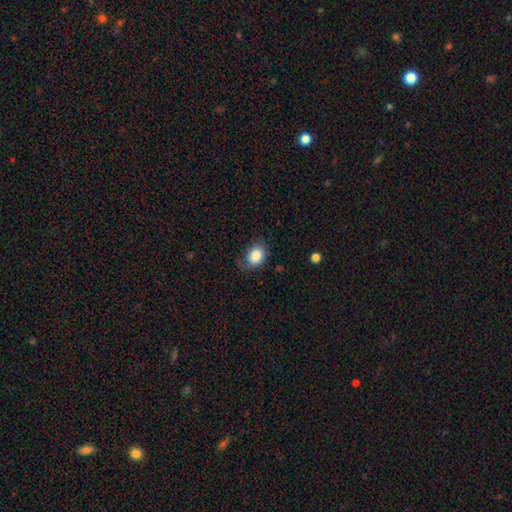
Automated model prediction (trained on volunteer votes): Smooth or featured? smooth (84%)
How rounded? in between (65%)
Merging? none (61%)